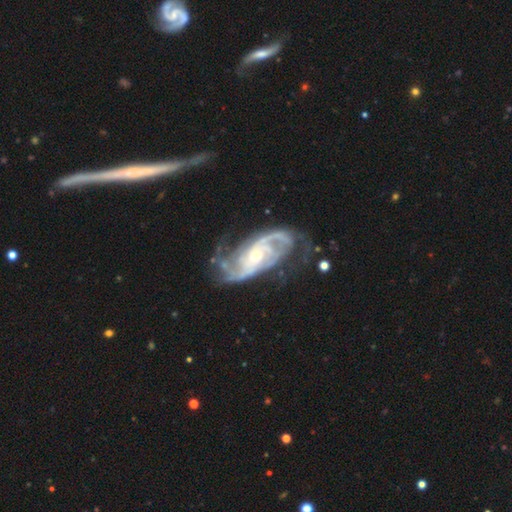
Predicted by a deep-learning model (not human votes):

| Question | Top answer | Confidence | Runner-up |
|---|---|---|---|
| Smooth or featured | featured or disk | 91% | star or artifact (4%) |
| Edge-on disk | no | 96% | yes (4%) |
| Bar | no | 53% | weak (35%) |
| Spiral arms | yes | 98% | no (2%) |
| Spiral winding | medium | 46% | tight (42%) |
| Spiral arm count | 2 | 58% | 3 (17%) |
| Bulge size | moderate | 44% | small (43%) |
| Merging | none | 61% | minor disturbance (21%) |